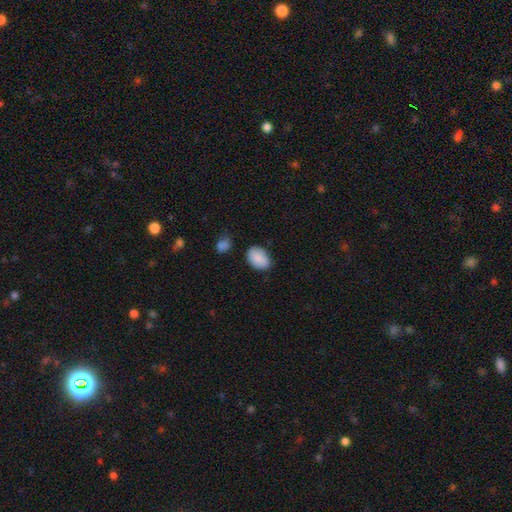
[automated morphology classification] Smooth or featured?
  - smooth: 86% *
  - featured or disk: 7%
  - star or artifact: 7%
How rounded?
  - in between: 85% *
  - round: 14%
  - cigar-shaped: 1%
Merging?
  - none: 77% *
  - minor disturbance: 17%
  - major disturbance: 3%
  - merger: 3%